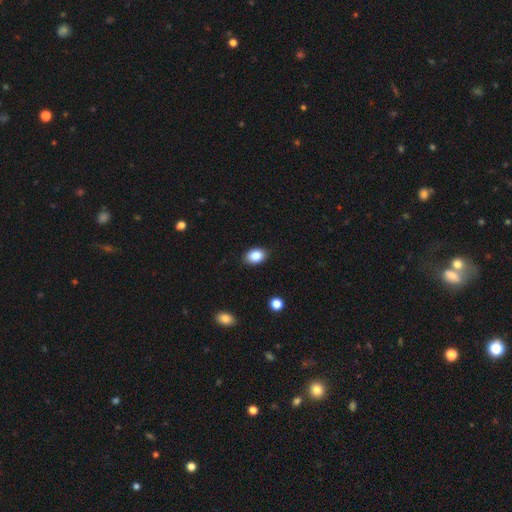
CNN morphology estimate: A smooth galaxy with no disk features (85%) that is in between round and cigar-shaped (80%).

Vote fractions:
- Smooth or featured? smooth: 85% / star or artifact: 9% / featured or disk: 6%
- How rounded? in between: 80% / round: 19% / cigar-shaped: 1%
- Merging? none: 89% / minor disturbance: 8% / major disturbance: 2% / merger: 1%